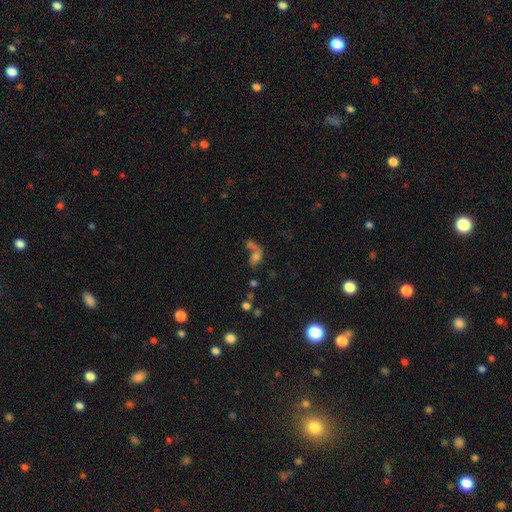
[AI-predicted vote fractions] The model was most divided on "smooth or featured": smooth: 46%, featured or disk: 31%, star or artifact: 24%. Remaining: merging — merger (48%).